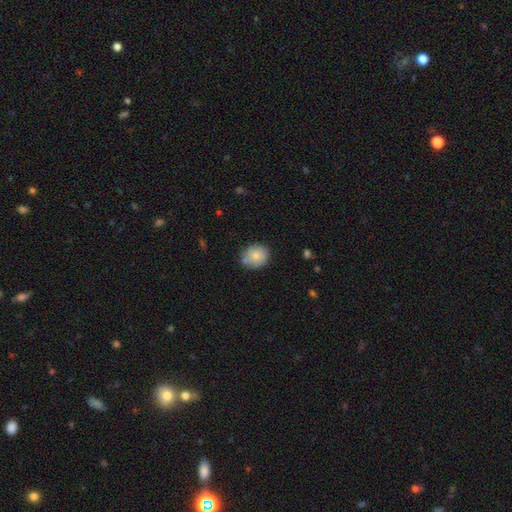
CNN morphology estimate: Overall: smooth (79%). How rounded: round (77%). Merging: none (72%).